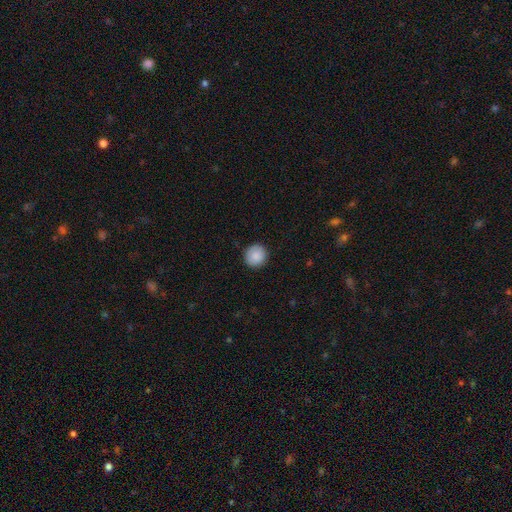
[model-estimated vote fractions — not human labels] smooth_or_featured: smooth (p=0.89) [alt: star or artifact p=0.07]
how_rounded: round (p=0.93) [alt: in between p=0.06]
merging: none (p=0.91) [alt: minor disturbance p=0.06]